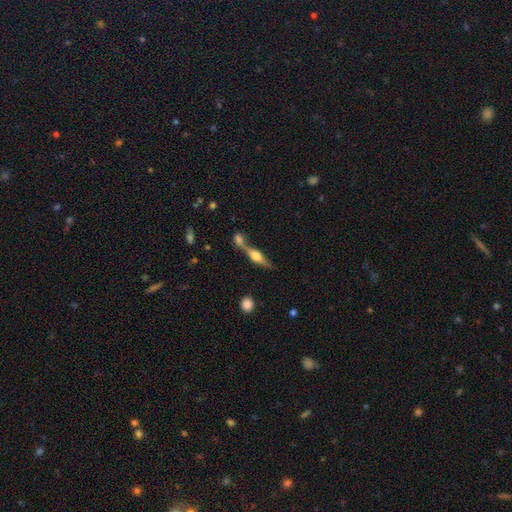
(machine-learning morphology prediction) A featured or disk galaxy (72%) viewed edge-on (94%) with a rounded central bulge (90%). Merging: none (52%).